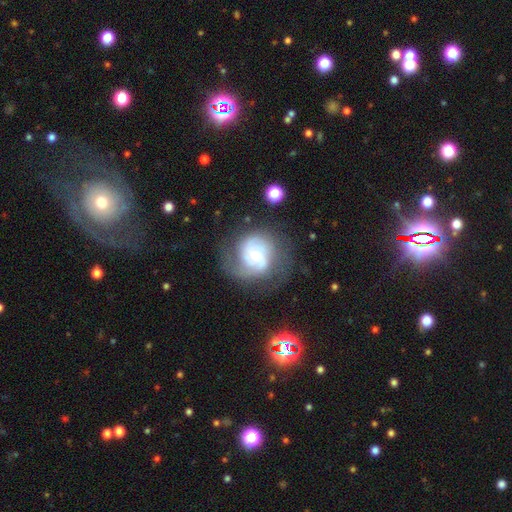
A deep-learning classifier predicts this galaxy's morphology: The model was most divided on "spiral winding": tight: 43%, medium: 39%, loose: 18%. Remaining: edge-on disk — no (97%); spiral arms — yes (87%); smooth or featured — featured or disk (72%); bar — no (64%); merging — none (55%); bulge size — moderate (51%); spiral arm count — 2 (47%).